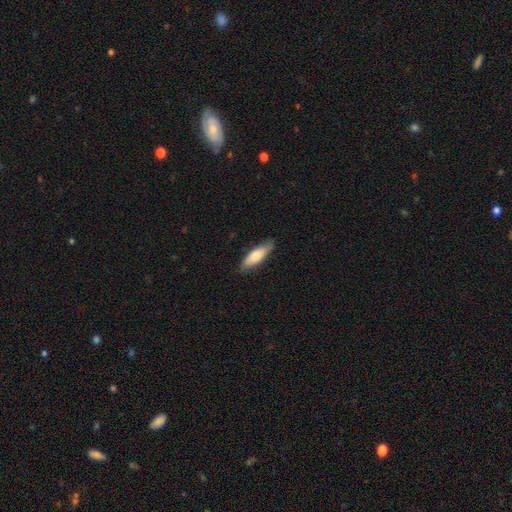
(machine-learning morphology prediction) Smooth or featured?
  - smooth: 75% *
  - featured or disk: 20%
  - star or artifact: 5%
How rounded?
  - in between: 49% * (tied)
  - cigar-shaped: 49% * (tied)
  - round: 2%
Merging?
  - none: 84% *
  - minor disturbance: 13%
  - major disturbance: 2%
  - merger: 1%